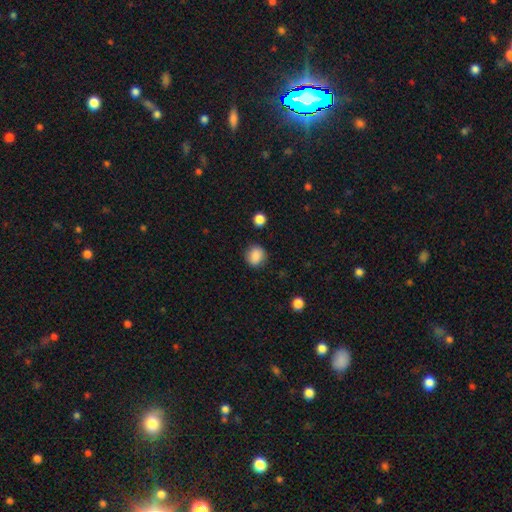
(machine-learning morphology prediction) Smooth or featured: smooth — 87% (star or artifact — 9%)
How rounded: round — 77% (in between — 22%)
Merging: none — 83% (minor disturbance — 12%)